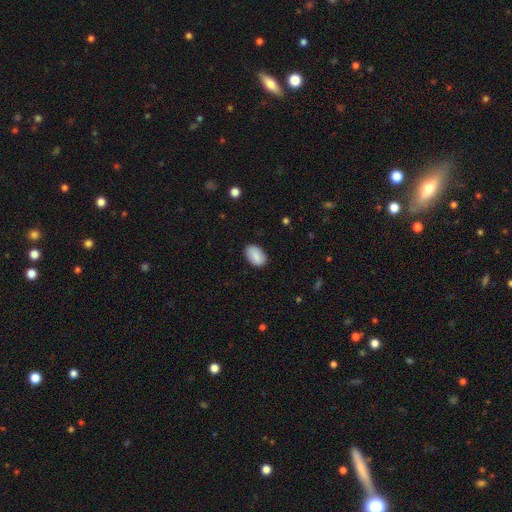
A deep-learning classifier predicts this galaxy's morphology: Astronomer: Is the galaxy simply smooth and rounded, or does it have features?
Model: smooth — 88%.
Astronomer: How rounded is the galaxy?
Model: in between — 91%.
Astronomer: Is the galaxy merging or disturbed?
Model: none — 85%.